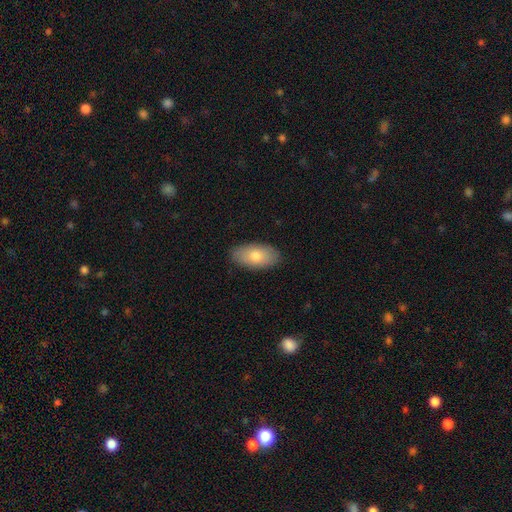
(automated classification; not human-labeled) Morphology: type=smooth (77%); roundness=in between (94%); merging=none (88%).